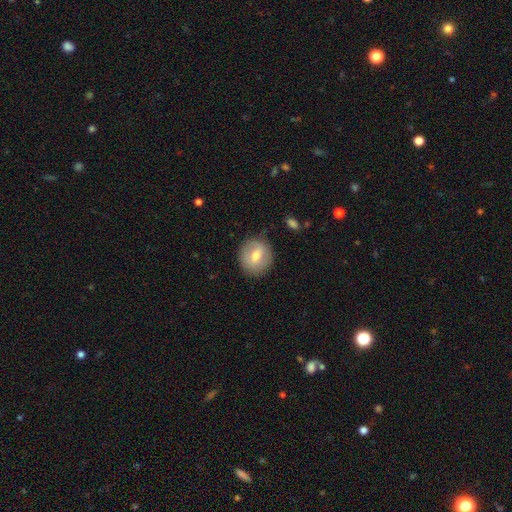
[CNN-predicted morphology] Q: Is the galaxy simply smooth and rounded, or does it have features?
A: smooth — 63%.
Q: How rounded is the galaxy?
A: round — 85%.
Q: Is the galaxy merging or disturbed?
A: none — 83%.